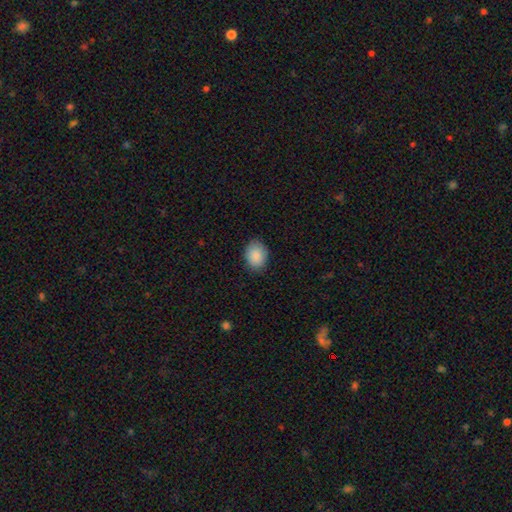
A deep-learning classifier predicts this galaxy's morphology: smooth_or_featured: smooth (p=0.89) [alt: star or artifact p=0.07]
how_rounded: in between (p=0.63) [alt: round p=0.36]
merging: none (p=0.84) [alt: minor disturbance p=0.13]